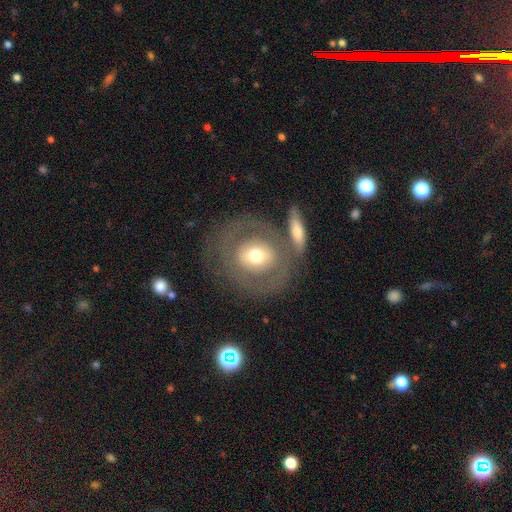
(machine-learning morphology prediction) smooth-or-featured: smooth: 48% | featured or disk: 45% | star or artifact: 7%
  merging: none: 63% | merger: 17% | minor disturbance: 12% | major disturbance: 9%